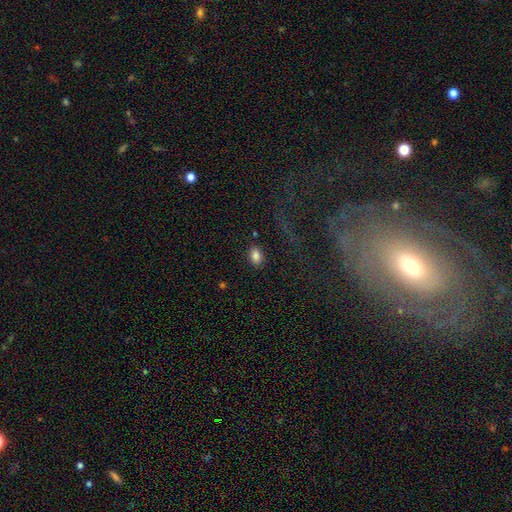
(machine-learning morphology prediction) A smooth galaxy with no disk features (84%) that is in between round and cigar-shaped (80%).

Vote fractions:
- Smooth or featured? smooth: 84% / star or artifact: 10% / featured or disk: 6%
- How rounded? in between: 80% / round: 18% / cigar-shaped: 1%
- Merging? none: 85% / minor disturbance: 10% / major disturbance: 3% / merger: 2%